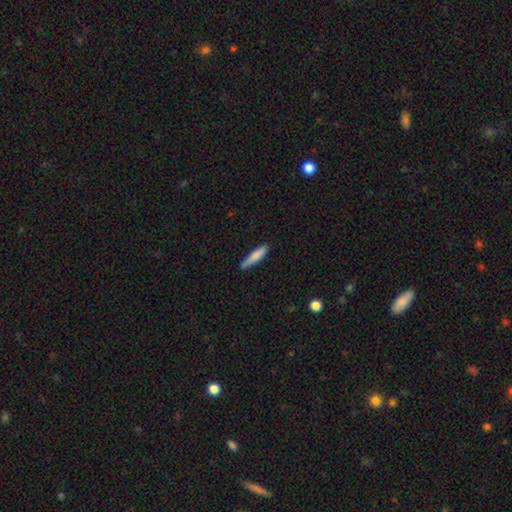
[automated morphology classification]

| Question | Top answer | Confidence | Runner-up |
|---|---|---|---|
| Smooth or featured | smooth | 80% | featured or disk (14%) |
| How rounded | cigar-shaped | 88% | in between (11%) |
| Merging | none | 79% | minor disturbance (16%) |